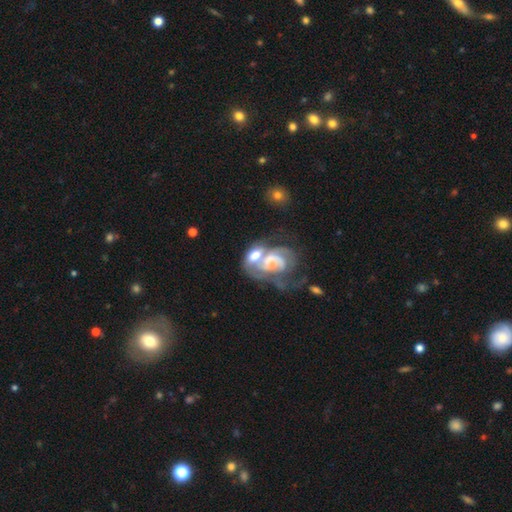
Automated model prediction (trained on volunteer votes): Q: Smooth or featured?
A: featured or disk (64%); runner-up: smooth (29%)
Q: Edge-on disk?
A: no (96%); runner-up: yes (4%)
Q: Bar?
A: no (67%); runner-up: weak (25%)
Q: Spiral arms?
A: yes (71%); runner-up: no (29%)
Q: Bulge size?
A: moderate (39%); runner-up: small (26%)
Q: Merging?
A: merger (67%); runner-up: major disturbance (13%)